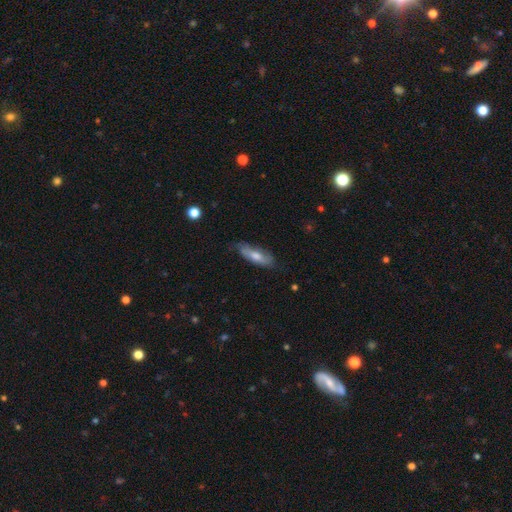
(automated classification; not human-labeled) This is possibly a smooth galaxy (51%). How rounded: possibly cigar-shaped (50%). Merging: likely none (67%).